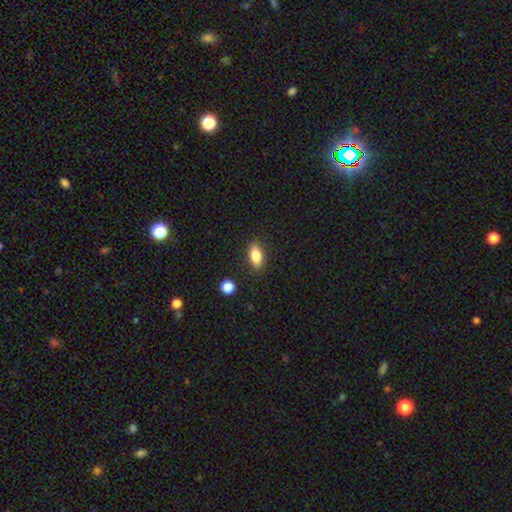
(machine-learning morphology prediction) type=smooth (81%); roundness=in between (85%); merging=none (86%).